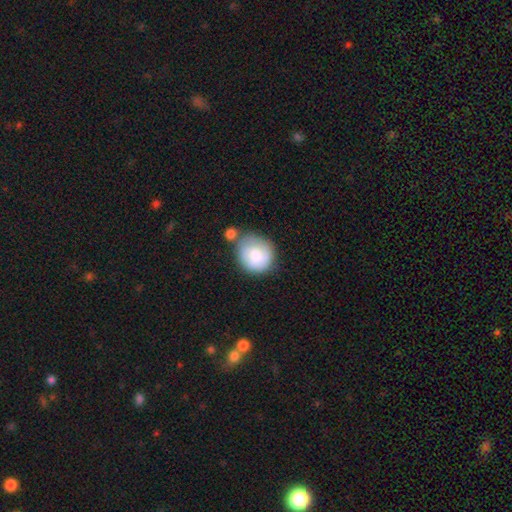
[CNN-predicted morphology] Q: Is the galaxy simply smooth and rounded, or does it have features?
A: smooth — 68%.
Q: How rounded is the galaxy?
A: round — 81%.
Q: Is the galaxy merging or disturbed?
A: none — 48%.